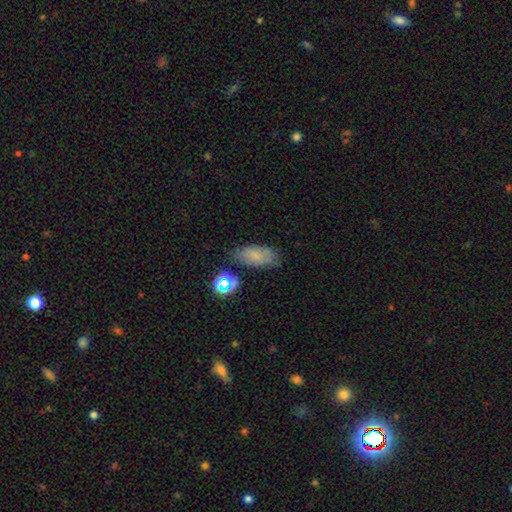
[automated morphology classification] smooth_or_featured: smooth (p=0.70) [alt: featured or disk p=0.16]
how_rounded: in between (p=0.88) [alt: cigar-shaped p=0.07]
merging: none (p=0.70) [alt: minor disturbance p=0.19]